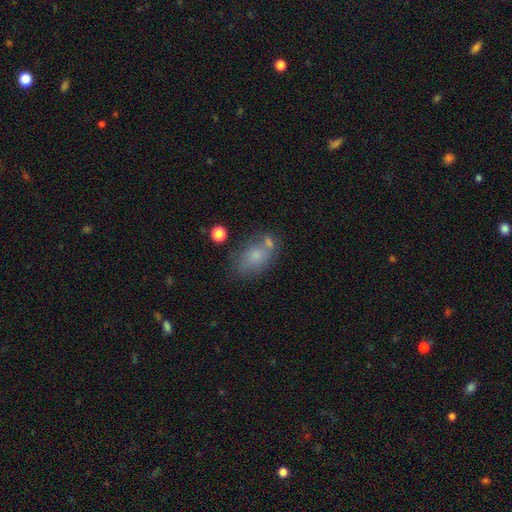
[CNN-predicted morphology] Smooth or featured: smooth — 69% (featured or disk — 20%)
How rounded: in between — 84% (round — 13%)
Merging: none — 53% (minor disturbance — 21%)